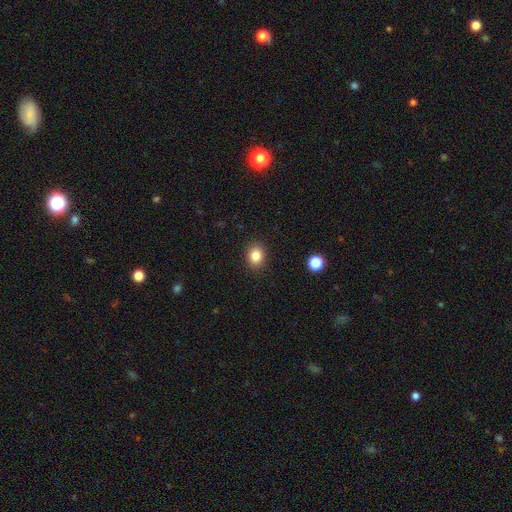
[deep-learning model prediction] The model was most divided on "how rounded": round: 56%, in between: 43%, cigar-shaped: 1%. More confident: merging — none (90%); smooth or featured — smooth (84%).